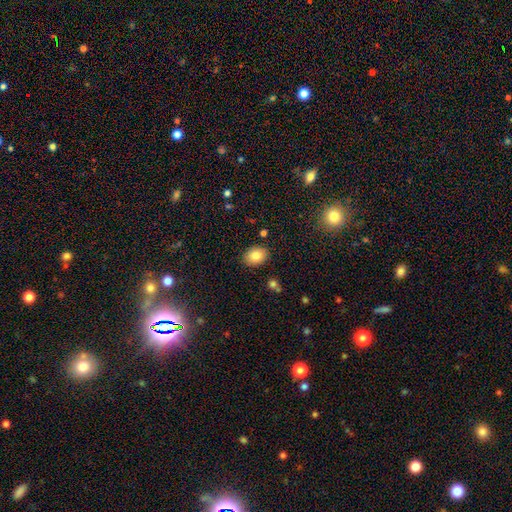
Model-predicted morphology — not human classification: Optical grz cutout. It shows a smooth galaxy with no disk features (82%) that is in between round and cigar-shaped (64%). Merging: none (87%).